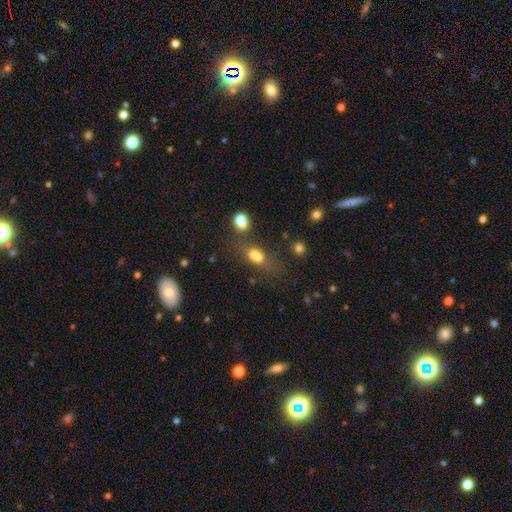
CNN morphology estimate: Smooth or featured? Predicted: smooth (p=0.72). How rounded? Predicted: in between (p=0.71). Merging? Predicted: none (p=0.46).